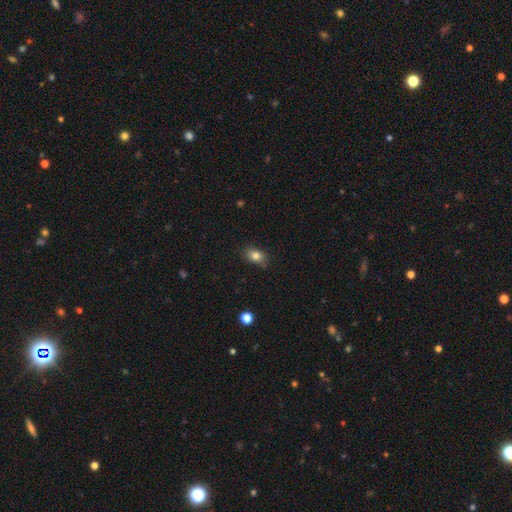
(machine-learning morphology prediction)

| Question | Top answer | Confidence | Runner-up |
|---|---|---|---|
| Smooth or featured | smooth | 82% | star or artifact (10%) |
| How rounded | in between | 78% | round (20%) |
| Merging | none | 82% | minor disturbance (14%) |